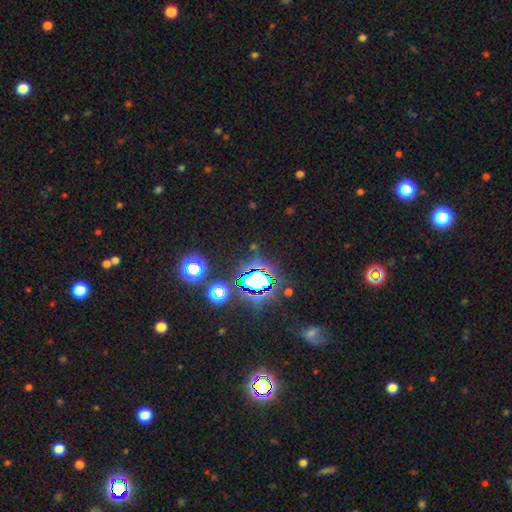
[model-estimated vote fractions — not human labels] Q: Smooth or featured?
A: star or artifact (77%); runner-up: smooth (15%)